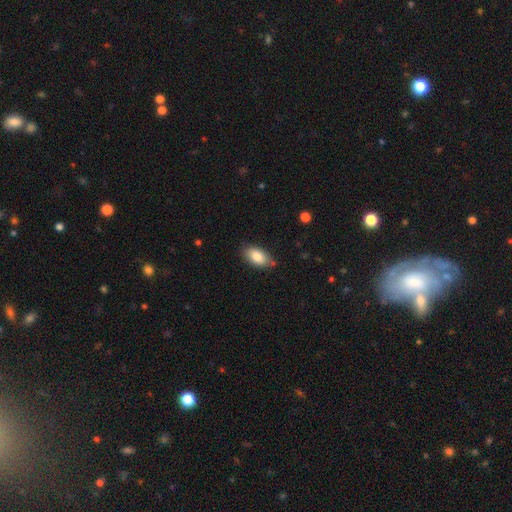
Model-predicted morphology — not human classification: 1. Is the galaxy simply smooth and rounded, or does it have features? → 84% smooth, 9% featured or disk, 7% star or artifact.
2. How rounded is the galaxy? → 93% in between, 4% round, 3% cigar-shaped.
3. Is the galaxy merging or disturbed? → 78% none, 16% minor disturbance, 3% major disturbance, 3% merger.